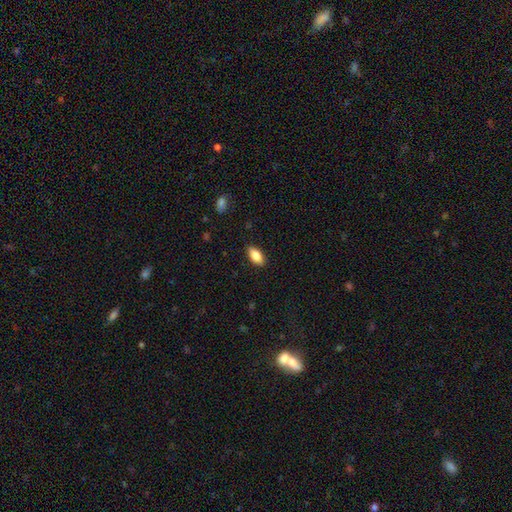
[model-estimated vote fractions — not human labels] Overall: smooth (86%). How rounded: in between (91%). Merging: none (88%).